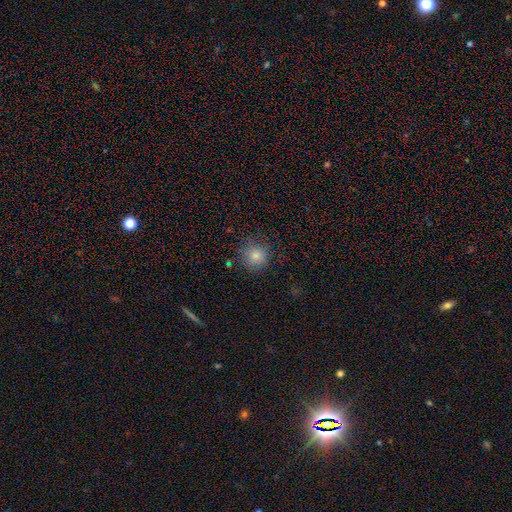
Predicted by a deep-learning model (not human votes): Overall: smooth (82%). How rounded: round (91%). Merging: none (82%).